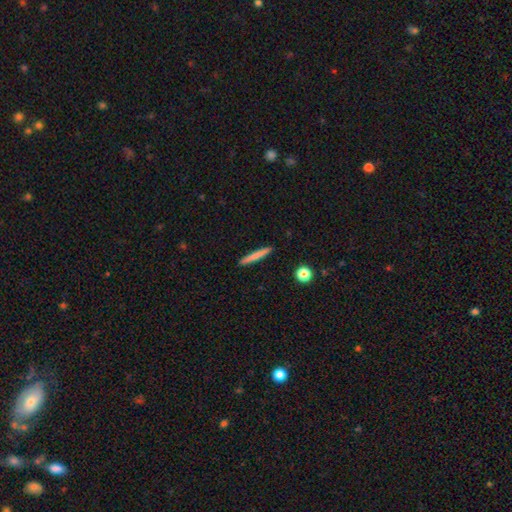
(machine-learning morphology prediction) smooth-or-featured: smooth: 73% | featured or disk: 21% | star or artifact: 6%
  how-rounded: cigar-shaped: 96% | in between: 3% | round: 1%
  merging: none: 92% | minor disturbance: 6% | major disturbance: 1% | merger: 1%